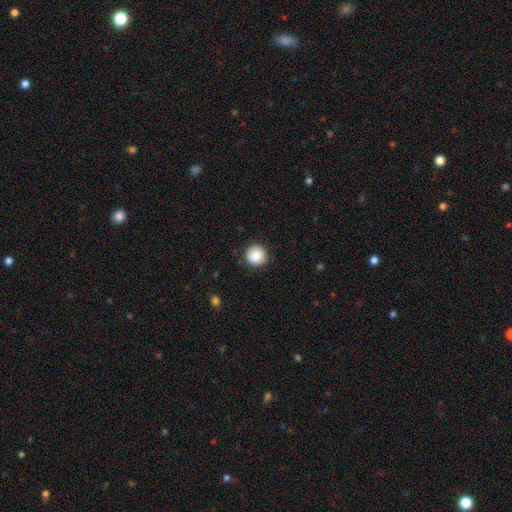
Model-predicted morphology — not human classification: This is clearly a smooth galaxy (87%). How rounded: clearly round (94%). Merging: clearly none (89%).